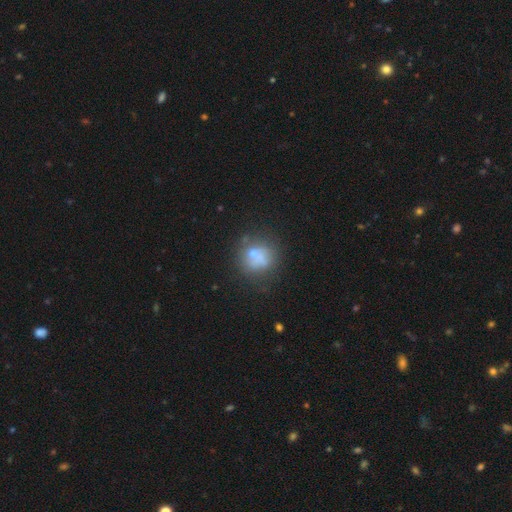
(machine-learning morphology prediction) This appears to be a smooth galaxy with no disk features (56%) that is round (83%). Merging: none (53%).